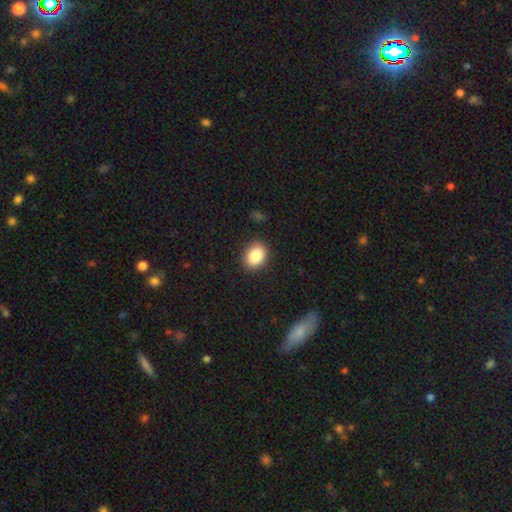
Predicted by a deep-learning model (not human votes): This is clearly a smooth galaxy (88%). How rounded: likely in between (65%). Merging: clearly none (87%).